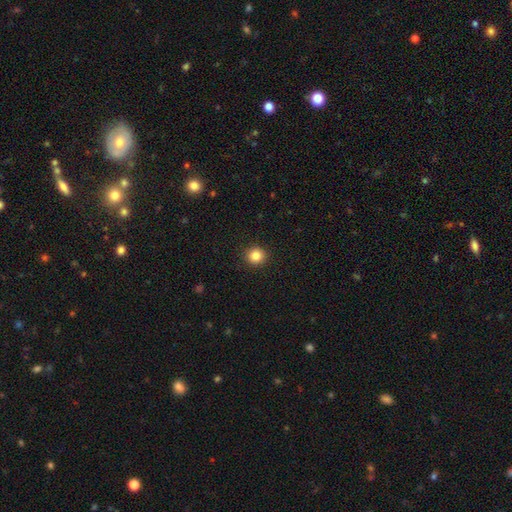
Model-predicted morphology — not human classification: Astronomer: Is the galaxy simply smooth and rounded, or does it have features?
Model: smooth — 84%.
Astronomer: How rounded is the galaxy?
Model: round — 91%.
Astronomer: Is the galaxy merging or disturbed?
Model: none — 92%.